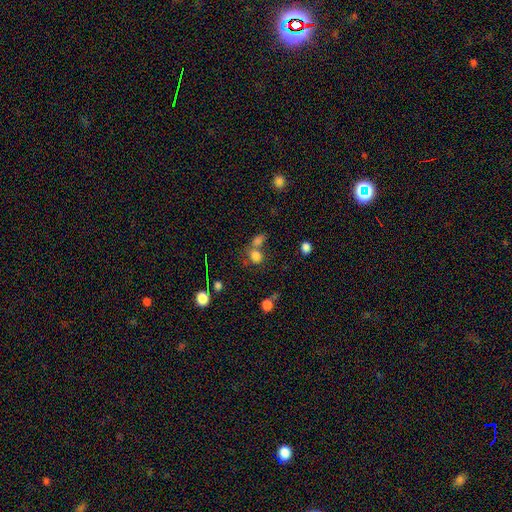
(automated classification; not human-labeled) The model was most divided on "merging": none: 43%, merger: 41%, minor disturbance: 10%, major disturbance: 6%. More confident: smooth or featured — smooth (76%); how rounded — round (59%).